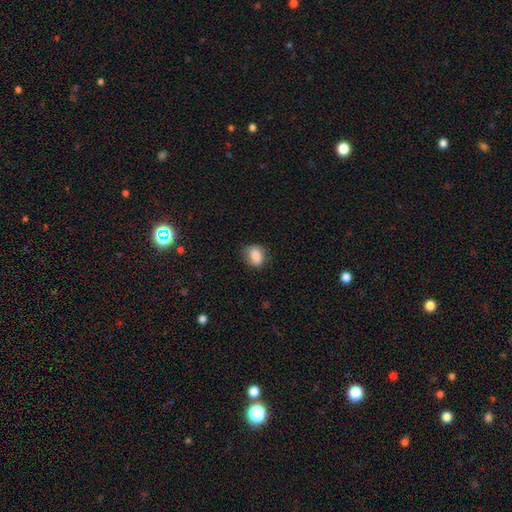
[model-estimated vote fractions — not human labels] Smooth or featured? Predicted: smooth (p=0.84). How rounded? Predicted: in between (p=0.61). Merging? Predicted: none (p=0.72).